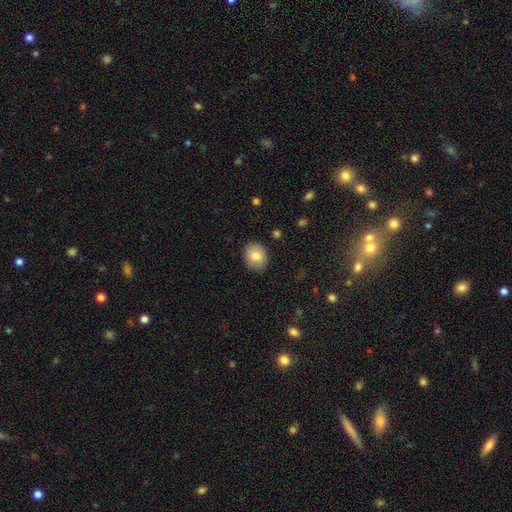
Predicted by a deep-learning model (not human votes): Morphology: type=smooth (81%); roundness=round (63%); merging=none (88%).